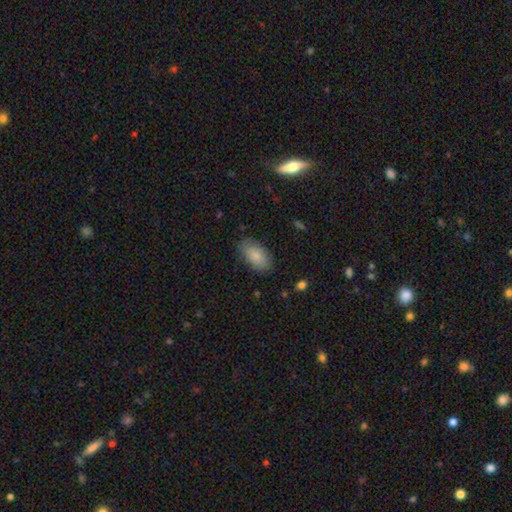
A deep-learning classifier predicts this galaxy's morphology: smooth-or-featured: smooth: 85% | featured or disk: 8% | star or artifact: 6%
  how-rounded: in between: 94% | round: 4% | cigar-shaped: 3%
  merging: none: 81% | minor disturbance: 14% | major disturbance: 3% | merger: 1%